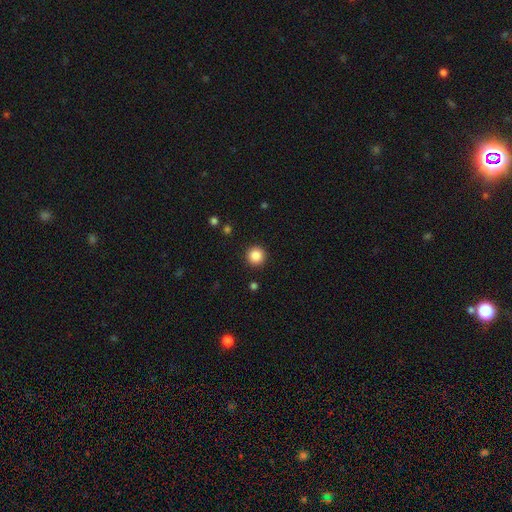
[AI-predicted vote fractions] Smooth or featured? smooth (86%)
How rounded? round (96%)
Merging? none (92%)